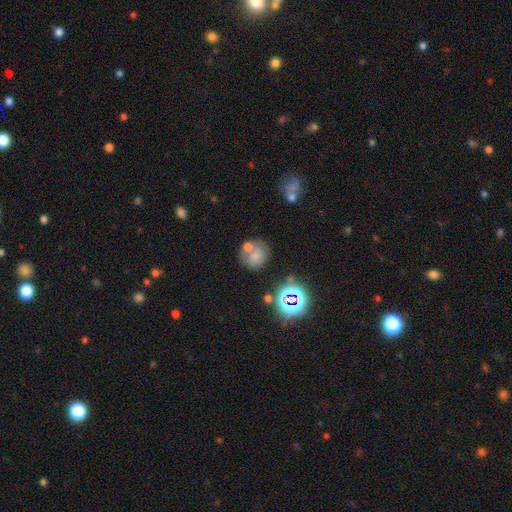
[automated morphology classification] Smooth or featured: smooth — 62% (featured or disk — 19%)
How rounded: round — 73% (in between — 26%)
Merging: none — 45% (merger — 32%)